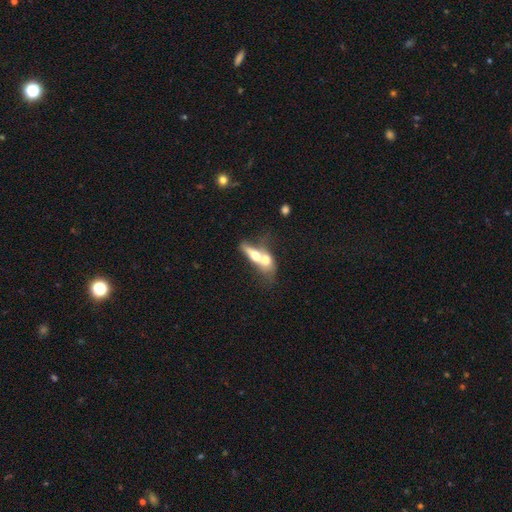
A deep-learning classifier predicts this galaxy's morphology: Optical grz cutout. It shows a smooth galaxy with no disk features (53%) that is in between round and cigar-shaped (55%). Merging: merger (75%).